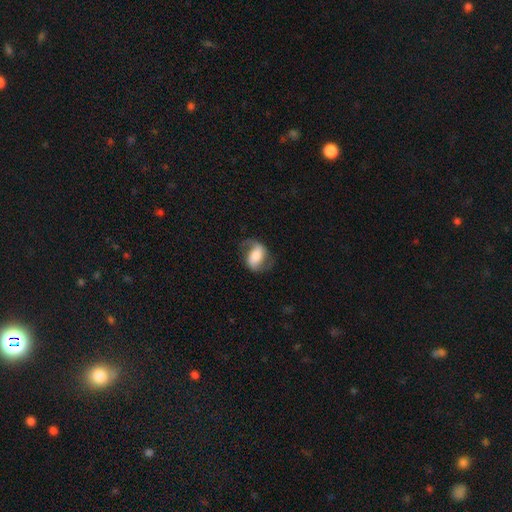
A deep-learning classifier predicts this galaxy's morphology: Smooth or featured: featured or disk — 63% (smooth — 30%)
Edge-on disk: no — 96% (yes — 4%)
Bar: strong — 34% (weak — 33%)
Spiral arms: yes — 87% (no — 13%)
Spiral winding: loose — 44% (medium — 40%)
Spiral arm count: 2 — 87% (1 — 5%)
Bulge size: moderate — 45% (small — 24%)
Merging: none — 68% (minor disturbance — 19%)